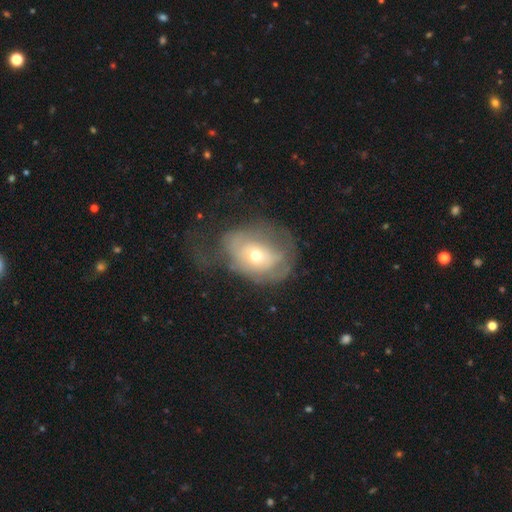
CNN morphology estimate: A smooth galaxy with no disk features (47%). Merging: major disturbance (44%).